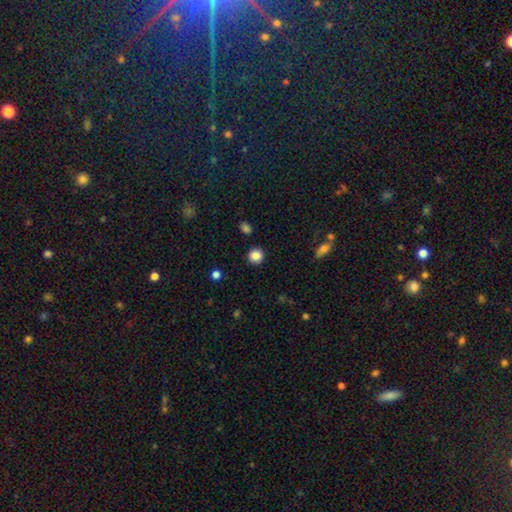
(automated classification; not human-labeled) smooth 86%, star or artifact 10%, featured or disk 3%. Down the decision tree: how rounded — round (92%); merging — none (90%).